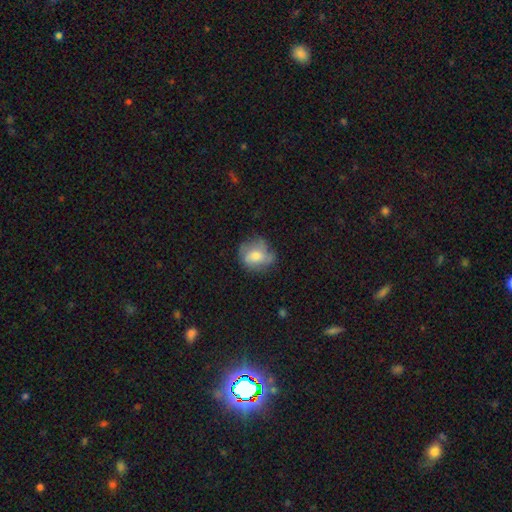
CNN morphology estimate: The model was most divided on "smooth or featured": smooth: 53%, featured or disk: 38%, star or artifact: 9%. More confident: how rounded — round (67%); merging — none (57%).